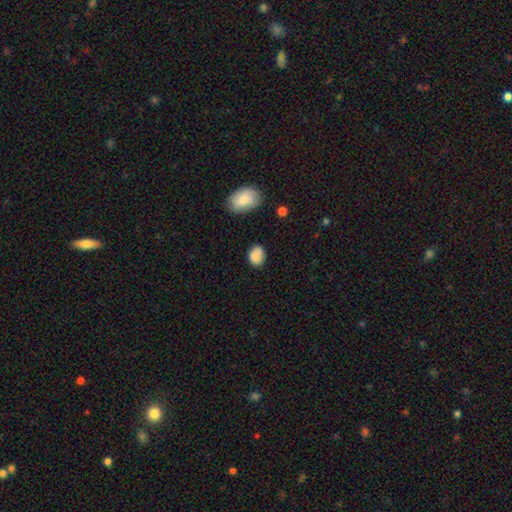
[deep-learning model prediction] Overall: smooth (85%). How rounded: in between (51%; round 48%). Merging: none (76%).